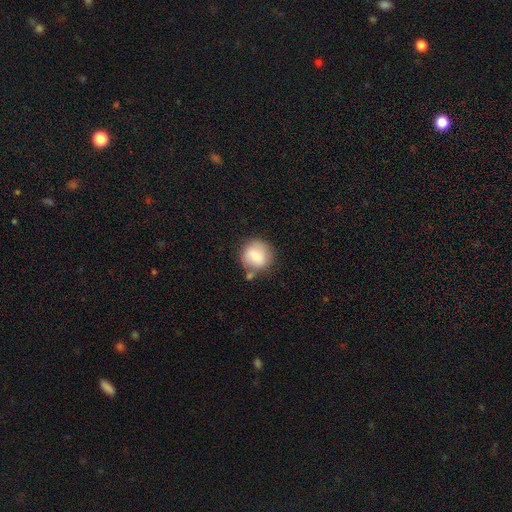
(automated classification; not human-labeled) smooth-or-featured: smooth: 73% | featured or disk: 19% | star or artifact: 8%
  how-rounded: round: 92% | in between: 8% | cigar-shaped: 1%
  merging: none: 72% | minor disturbance: 14% | merger: 9% | major disturbance: 4%